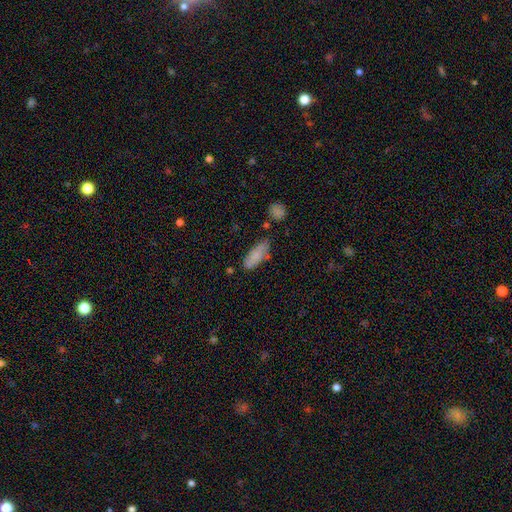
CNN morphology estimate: This appears to be a smooth galaxy with no disk features (81%) that is in between round and cigar-shaped (75%). Merging: none (63%).